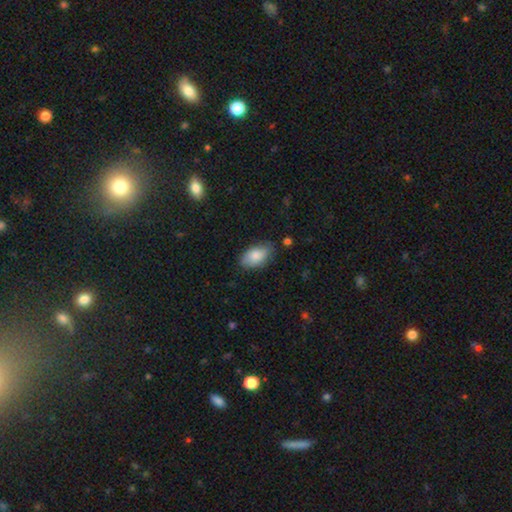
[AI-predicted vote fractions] smooth_or_featured: smooth (p=0.83) [alt: featured or disk p=0.11]
how_rounded: in between (p=0.94) [alt: round p=0.04]
merging: none (p=0.75) [alt: minor disturbance p=0.20]